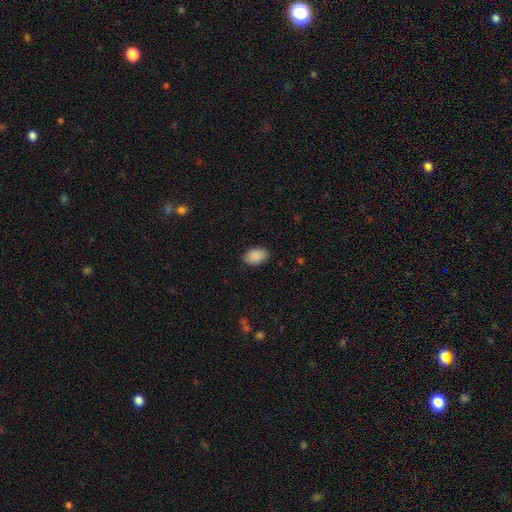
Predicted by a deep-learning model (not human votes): This appears to be a smooth galaxy with no disk features (90%) that is in between round and cigar-shaped (91%). Merging: none (87%).